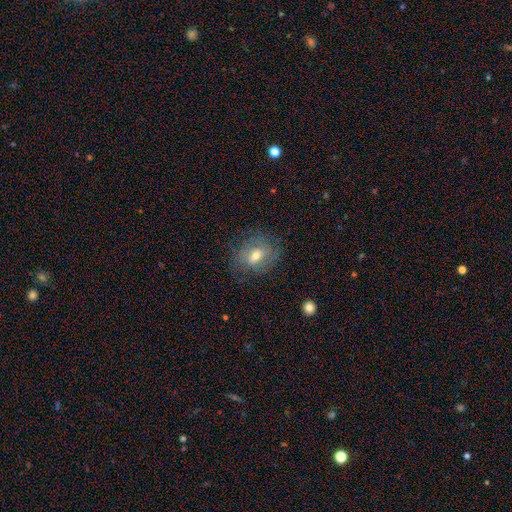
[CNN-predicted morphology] Smooth or featured? featured or disk (47%)
Merging? none (72%)